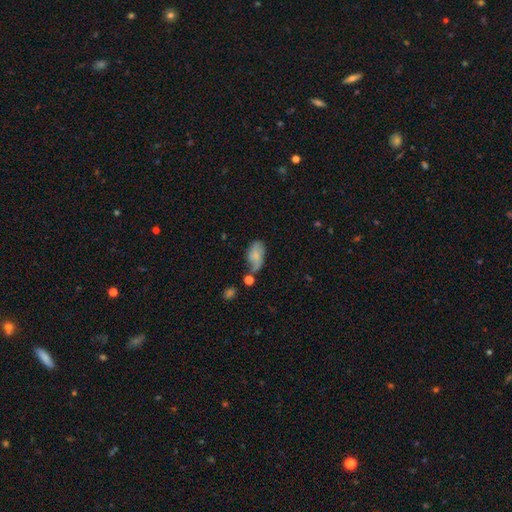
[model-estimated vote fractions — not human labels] The model was most divided on "merging": none: 39%, minor disturbance: 32%, major disturbance: 16%, merger: 13%. More confident: how rounded — in between (91%); smooth or featured — smooth (65%).